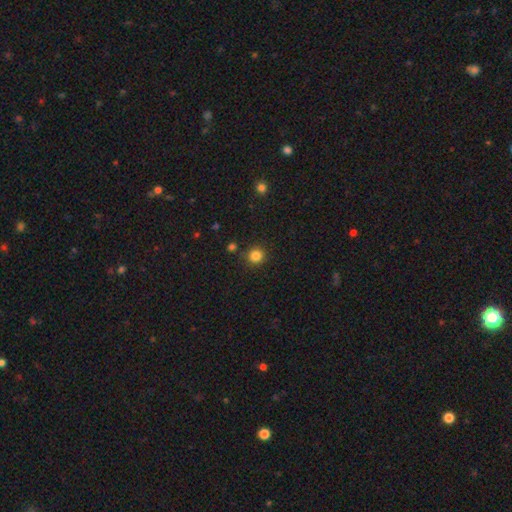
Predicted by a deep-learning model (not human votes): Morphology: type=smooth (83%); roundness=round (93%); merging=none (87%).